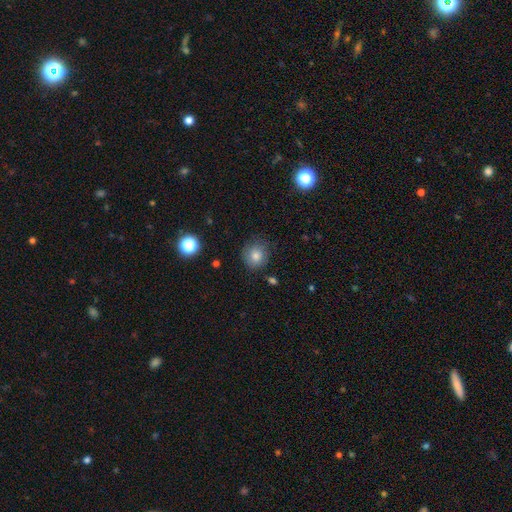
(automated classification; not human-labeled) This appears to be a smooth galaxy with no disk features (78%) that is round (86%). Merging: none (76%).